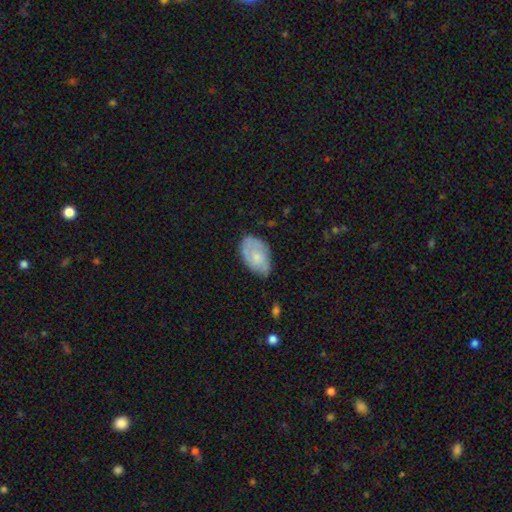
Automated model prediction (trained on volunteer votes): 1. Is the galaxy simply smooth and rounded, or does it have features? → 58% smooth, 36% featured or disk, 6% star or artifact.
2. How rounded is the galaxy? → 91% in between, 8% round, 2% cigar-shaped.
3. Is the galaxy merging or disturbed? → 61% none, 30% minor disturbance, 7% major disturbance, 2% merger.